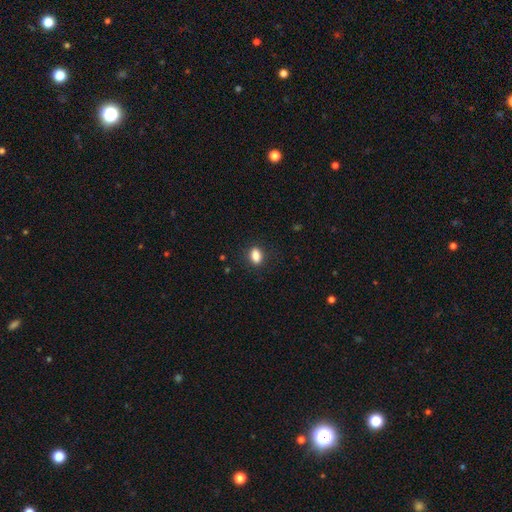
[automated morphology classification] Smooth or featured? smooth (87%)
How rounded? in between (81%)
Merging? none (86%)